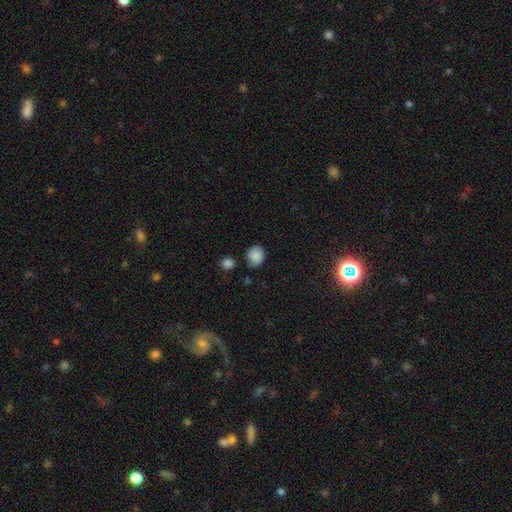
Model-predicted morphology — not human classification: Smooth or featured?
  - smooth: 82% *
  - star or artifact: 10%
  - featured or disk: 8%
How rounded?
  - round: 63% *
  - in between: 36%
  - cigar-shaped: 1%
Merging?
  - none: 68% *
  - minor disturbance: 22%
  - major disturbance: 5%
  - merger: 5%